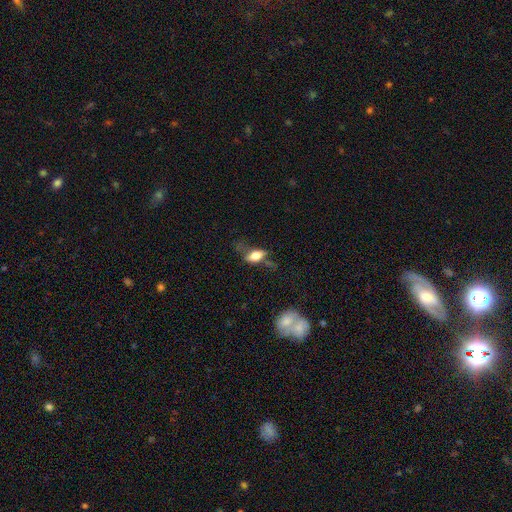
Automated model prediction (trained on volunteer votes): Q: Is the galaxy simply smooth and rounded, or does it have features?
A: smooth — 61%.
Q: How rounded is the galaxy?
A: in between — 80%.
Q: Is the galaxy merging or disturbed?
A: none — 37%.